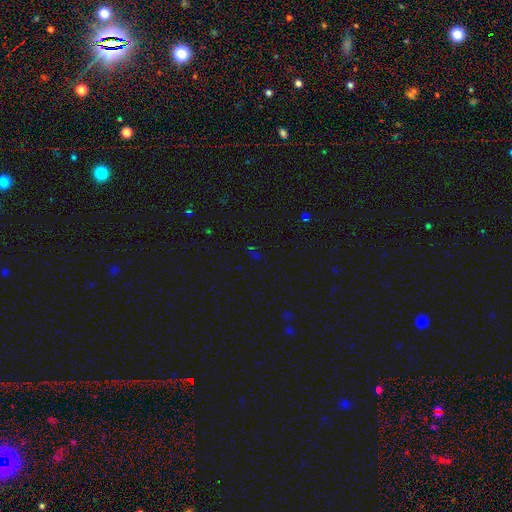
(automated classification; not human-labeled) The model was most divided on "smooth or featured": star or artifact: 63%, smooth: 28%, featured or disk: 9%.